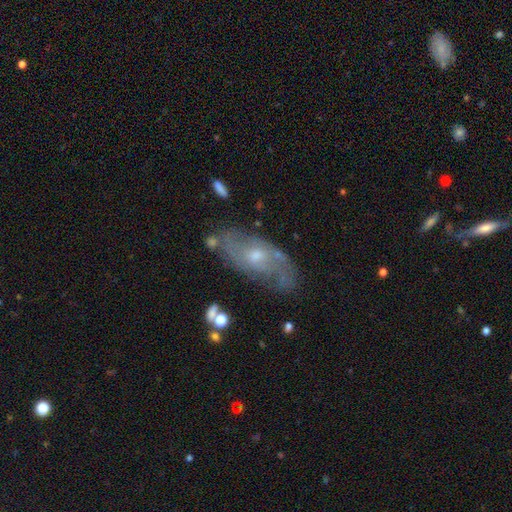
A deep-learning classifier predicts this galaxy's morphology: A featured or disk galaxy (71%) with no bar (71%), spiral arms (80%) and a small central bulge (51%). Merging: none (74%).